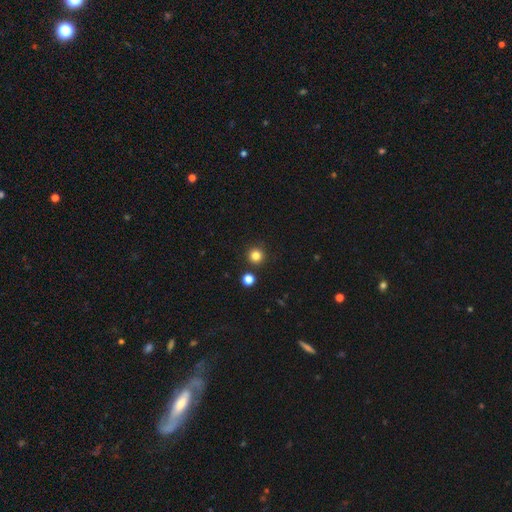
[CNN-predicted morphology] A smooth galaxy with no disk features (82%) that is round (96%).

Vote fractions:
- Smooth or featured? smooth: 82% / star or artifact: 13% / featured or disk: 4%
- How rounded? round: 96% / in between: 3% / cigar-shaped: 1%
- Merging? none: 90% / minor disturbance: 5% / merger: 4% / major disturbance: 2%